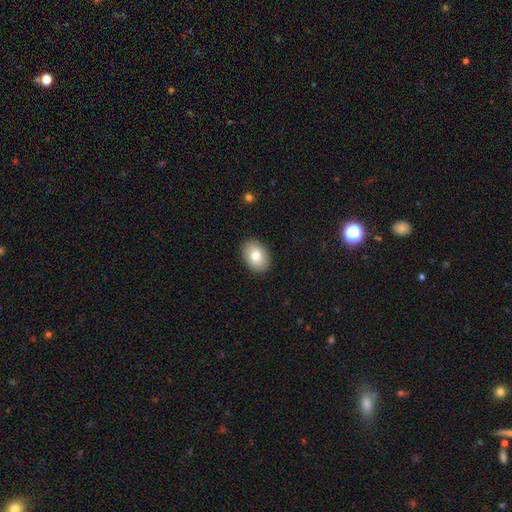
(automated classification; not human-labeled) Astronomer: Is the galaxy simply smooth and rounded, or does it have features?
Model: smooth — 80%.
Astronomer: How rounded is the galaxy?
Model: in between — 79%.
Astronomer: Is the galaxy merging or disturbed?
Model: none — 90%.